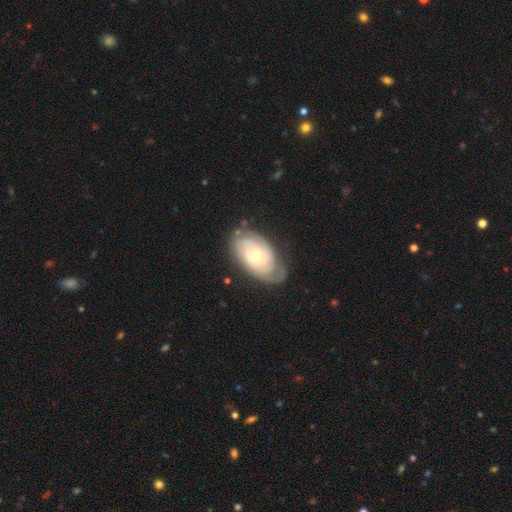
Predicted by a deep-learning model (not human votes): A featured or disk galaxy (72%) with no bar (63%), tight (64%) spiral arms (89%) and a small central bulge (49%). Merging: none (64%).